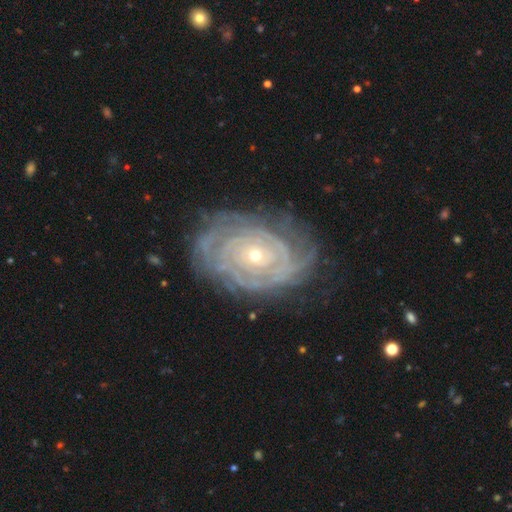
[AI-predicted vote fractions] Smooth or featured?
  - featured or disk: 89% *
  - star or artifact: 6%
  - smooth: 5%
Edge-on disk?
  - no: 96% *
  - yes: 4%
Bar?
  - no: 81% *
  - weak: 13%
  - strong: 6%
Spiral arms?
  - yes: 96% *
  - no: 4%
Spiral winding?
  - tight: 85% *
  - medium: 12%
  - loose: 3%
Spiral arm count?
  - can't tell: 31% *
  - more than 4: 17%
  - 4: 17%
  - 3: 15%
  - 2: 14%
  - 1: 7%
Bulge size?
  - small: 67% *
  - moderate: 30%
  - large: 1%
  - dominant: 1%
  - none: 1%
Merging?
  - none: 70% *
  - minor disturbance: 20%
  - major disturbance: 9%
  - merger: 2%